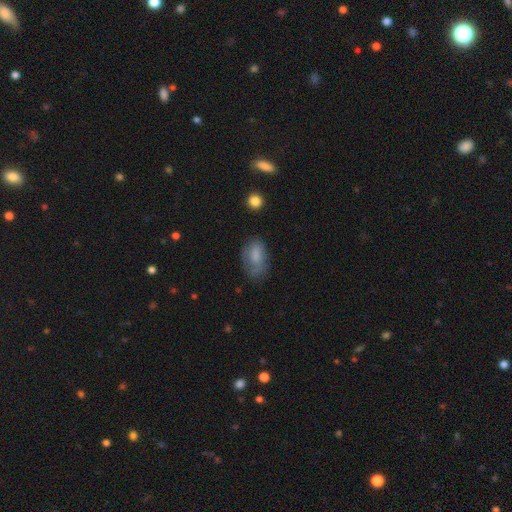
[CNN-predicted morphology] smooth_or_featured: smooth (p=0.72) [alt: featured or disk p=0.20]
how_rounded: in between (p=0.89) [alt: round p=0.09]
merging: none (p=0.53) [alt: minor disturbance p=0.29]